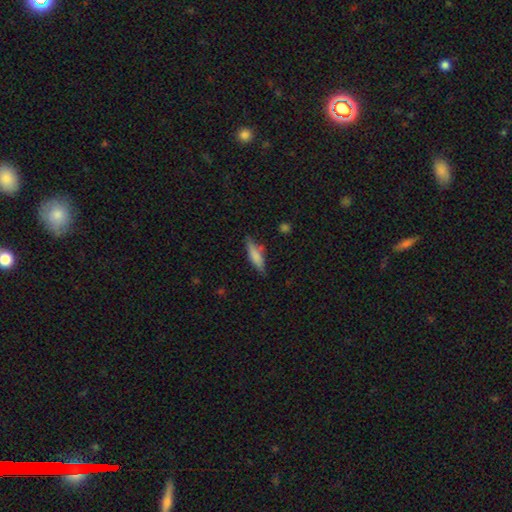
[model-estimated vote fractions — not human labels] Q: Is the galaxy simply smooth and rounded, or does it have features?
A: smooth — 74%.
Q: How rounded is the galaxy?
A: cigar-shaped — 66%.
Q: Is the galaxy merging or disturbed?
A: none — 73%.